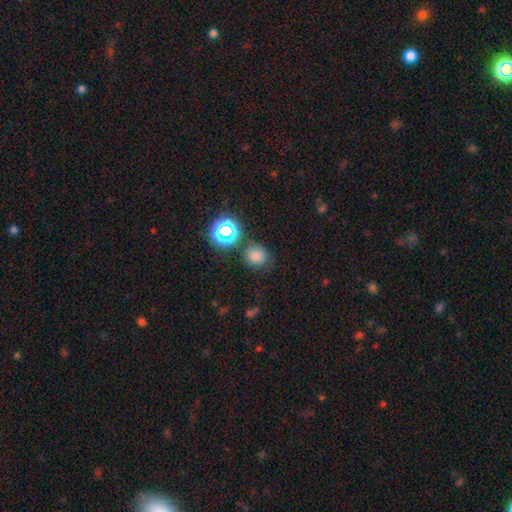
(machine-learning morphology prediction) smooth_or_featured: smooth (p=0.72) [alt: star or artifact p=0.22]
how_rounded: round (p=0.76) [alt: in between p=0.23]
merging: none (p=0.75) [alt: minor disturbance p=0.14]